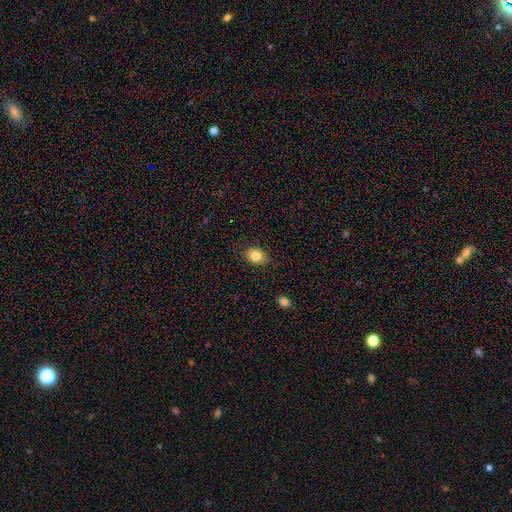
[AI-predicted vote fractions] Morphology: type=smooth (83%); roundness=in between (55%); merging=none (87%).